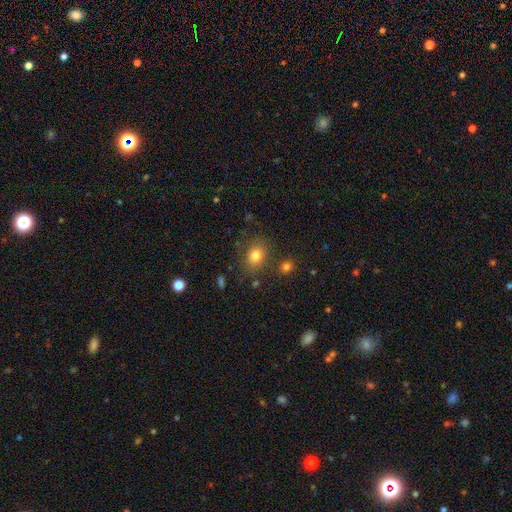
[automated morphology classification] Smooth or featured?
  - smooth: 80% *
  - star or artifact: 11%
  - featured or disk: 9%
How rounded?
  - in between: 58% *
  - round: 40%
  - cigar-shaped: 1%
Merging?
  - none: 79% *
  - minor disturbance: 13%
  - merger: 5%
  - major disturbance: 4%